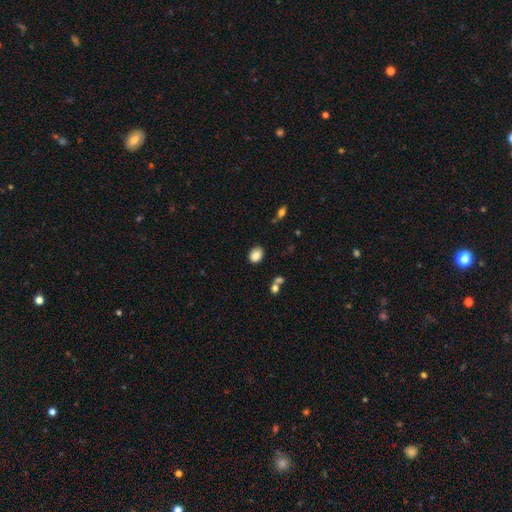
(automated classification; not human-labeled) Q: Smooth or featured?
A: smooth (86%); runner-up: star or artifact (9%)
Q: How rounded?
A: in between (65%); runner-up: round (34%)
Q: Merging?
A: none (82%); runner-up: minor disturbance (11%)